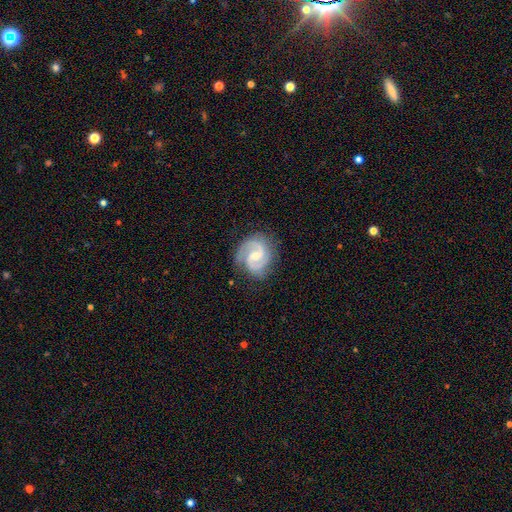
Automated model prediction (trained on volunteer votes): Smooth or featured? featured or disk (91%)
Edge-on disk? no (98%)
Bar? weak (57%)
Spiral arms? yes (98%)
Spiral winding? medium (59%)
Spiral arm count? 2 (92%)
Bulge size? small (49%)
Merging? none (80%)